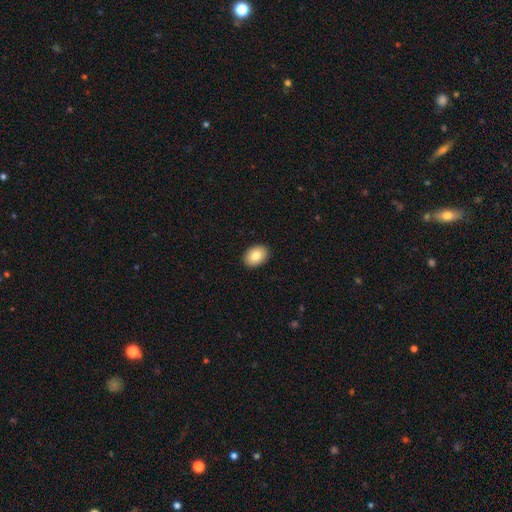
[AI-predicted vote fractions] This appears to be a smooth galaxy with no disk features (84%) that is in between round and cigar-shaped (80%). Merging: none (91%).